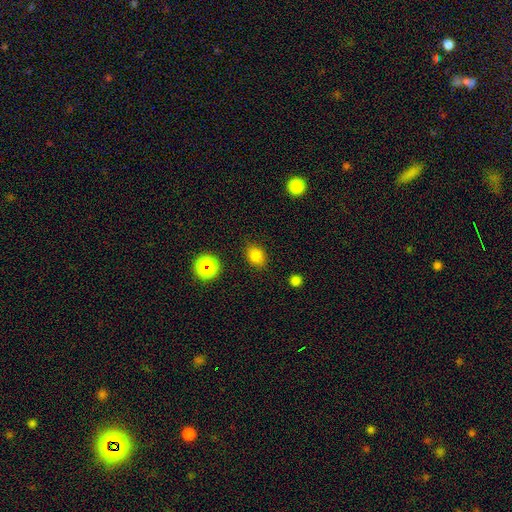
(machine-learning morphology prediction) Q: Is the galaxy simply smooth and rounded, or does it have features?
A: smooth — 80%.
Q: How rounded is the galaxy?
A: in between — 54%.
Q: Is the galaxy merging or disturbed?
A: none — 84%.